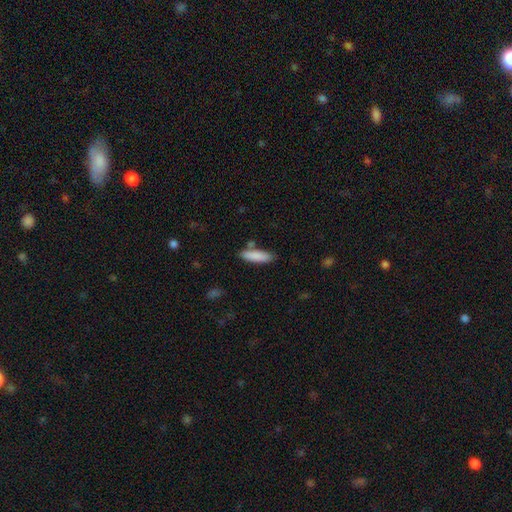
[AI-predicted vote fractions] A smooth galaxy with no disk features (86%) that is cigar-shaped (60%).

Vote fractions:
- Smooth or featured? smooth: 86% / featured or disk: 8% / star or artifact: 6%
- How rounded? cigar-shaped: 60% / in between: 38% / round: 2%
- Merging? none: 76% / minor disturbance: 13% / merger: 9% / major disturbance: 3%